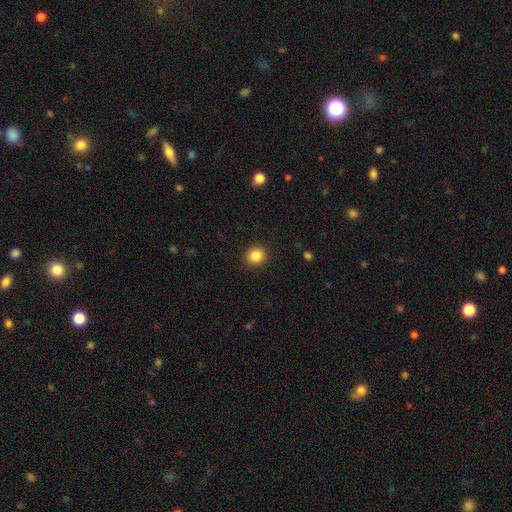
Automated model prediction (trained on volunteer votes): Smooth or featured? Predicted: smooth (p=0.85). How rounded? Predicted: round (p=0.87). Merging? Predicted: none (p=0.91).